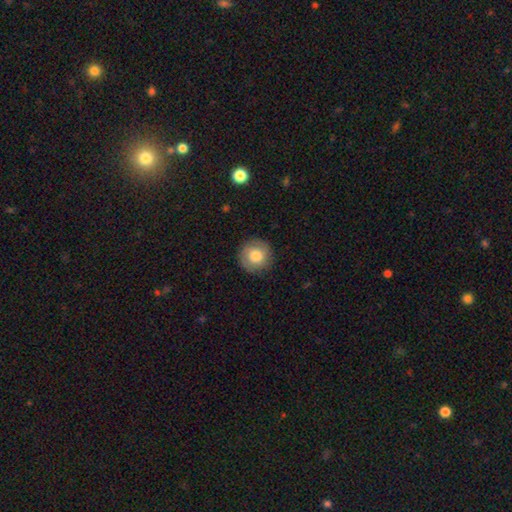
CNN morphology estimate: A smooth galaxy with no disk features (71%) that is round (94%). Merging: none (87%).